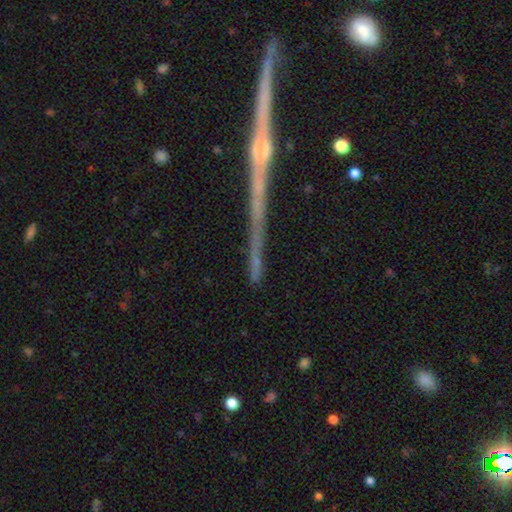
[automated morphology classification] smooth_or_featured: featured or disk (p=0.61) [alt: star or artifact p=0.27]
disk_edge_on: yes (p=0.95) [alt: no p=0.05]
edge_on_bulge: rounded (p=0.51) [alt: none p=0.36]
merging: none (p=0.86) [alt: minor disturbance p=0.09]